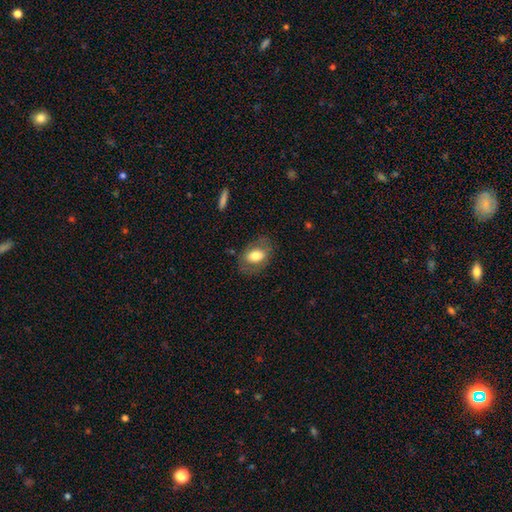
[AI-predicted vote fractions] smooth-or-featured: smooth: 67% | featured or disk: 26% | star or artifact: 7%
  how-rounded: in between: 79% | round: 19% | cigar-shaped: 1%
  merging: none: 73% | minor disturbance: 17% | major disturbance: 9% | merger: 1%